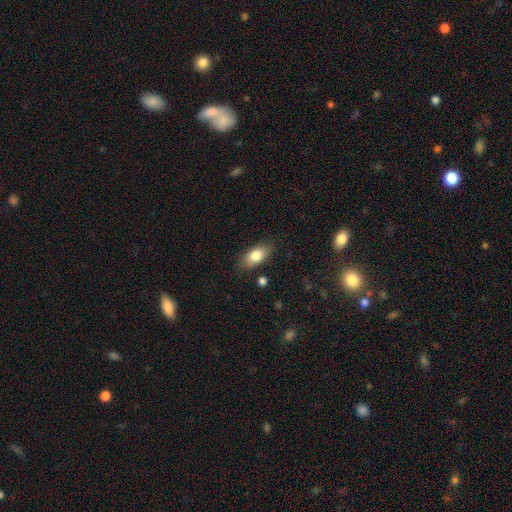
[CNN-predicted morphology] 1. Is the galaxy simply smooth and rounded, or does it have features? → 80% smooth, 13% featured or disk, 7% star or artifact.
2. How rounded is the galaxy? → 88% in between, 8% cigar-shaped, 4% round.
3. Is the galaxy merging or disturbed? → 84% none, 12% minor disturbance, 3% major disturbance, 2% merger.